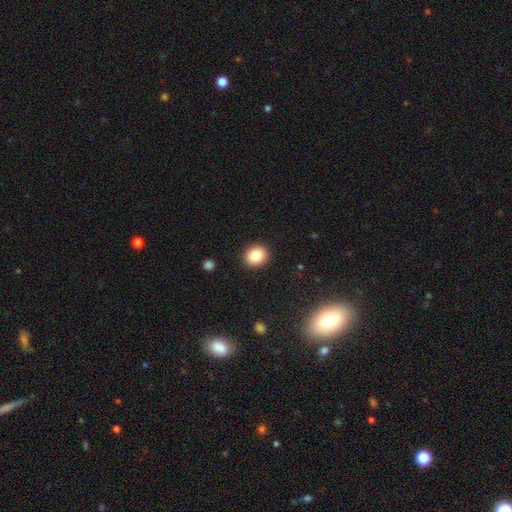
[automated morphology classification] smooth-or-featured: smooth: 83% | star or artifact: 10% | featured or disk: 7%
  how-rounded: round: 67% | in between: 32% | cigar-shaped: 1%
  merging: none: 91% | minor disturbance: 6% | major disturbance: 2% | merger: 1%